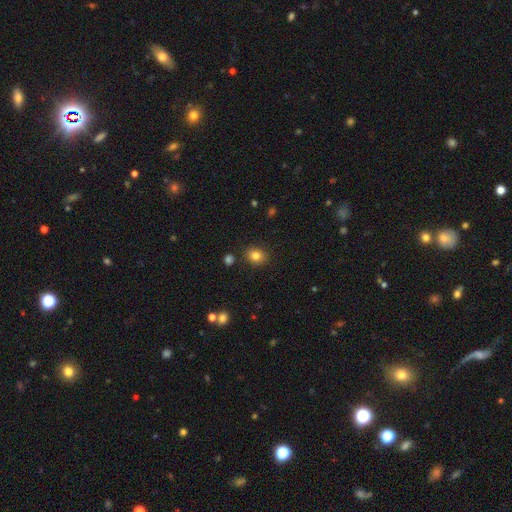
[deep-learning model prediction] Morphology: type=smooth (82%); roundness=round (53%); merging=none (86%).